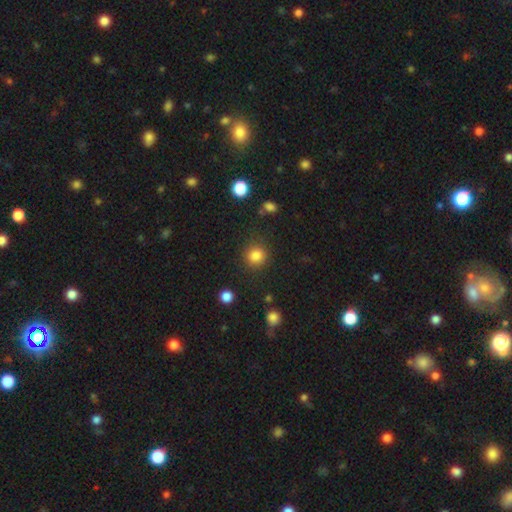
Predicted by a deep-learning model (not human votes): The model was most divided on "smooth or featured": smooth: 84%, star or artifact: 11%, featured or disk: 4%. More confident: how rounded — round (89%); merging — none (86%).